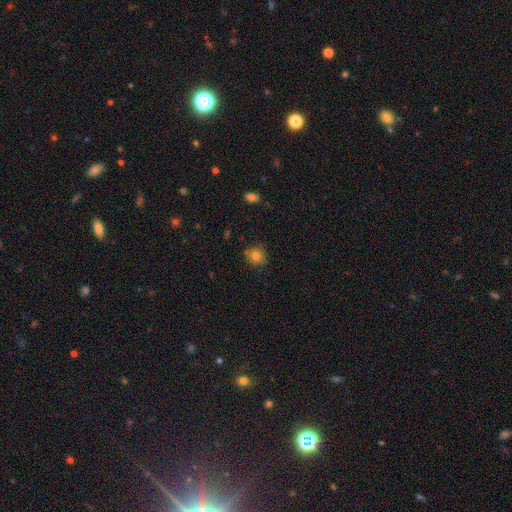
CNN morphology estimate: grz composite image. It shows a smooth galaxy with no disk features (78%) that is round (87%). Merging: none (80%).